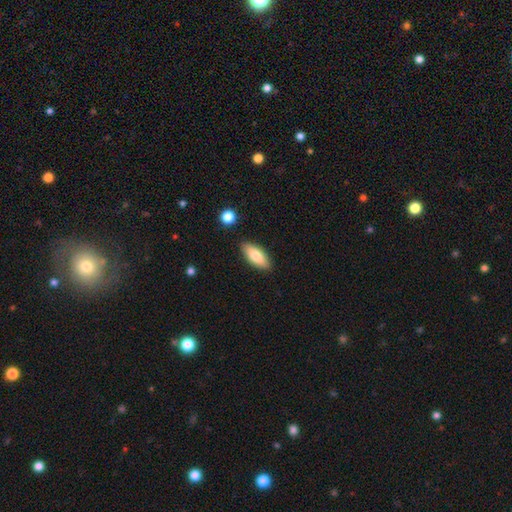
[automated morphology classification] smooth_or_featured: smooth (p=0.77) [alt: featured or disk p=0.17]
how_rounded: in between (p=0.82) [alt: cigar-shaped p=0.16]
merging: none (p=0.86) [alt: minor disturbance p=0.09]